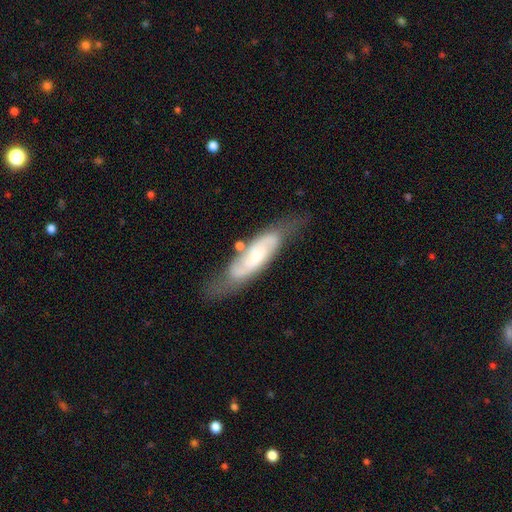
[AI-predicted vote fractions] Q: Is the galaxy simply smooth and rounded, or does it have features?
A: featured or disk — 72%.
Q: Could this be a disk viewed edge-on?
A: no — 85%.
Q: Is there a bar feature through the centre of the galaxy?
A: no — 58%.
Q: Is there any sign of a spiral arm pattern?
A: yes — 90%.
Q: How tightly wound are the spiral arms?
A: medium — 46%.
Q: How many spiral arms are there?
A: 2 — 77%.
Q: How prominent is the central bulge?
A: small — 50%.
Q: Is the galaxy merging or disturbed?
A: none — 62%.